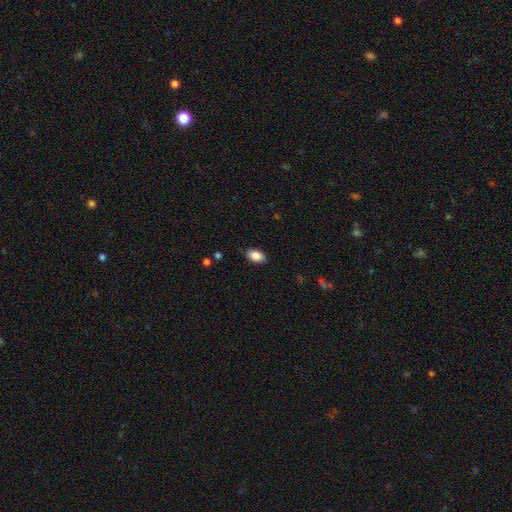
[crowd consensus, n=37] This appears to be a smooth galaxy with no disk features (89%) that is in between round and cigar-shaped (91%). Merging: none (94%).